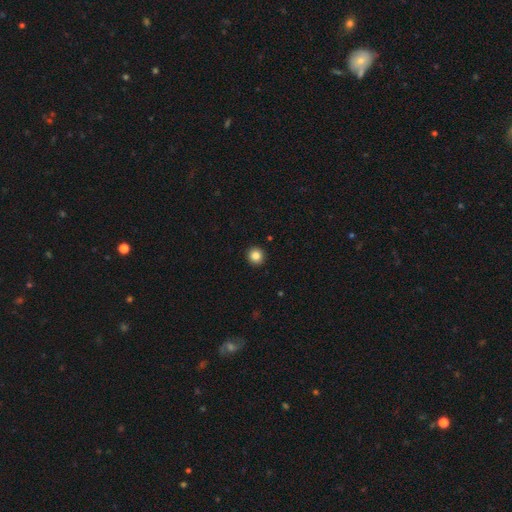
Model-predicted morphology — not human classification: Smooth or featured: smooth — 84% (star or artifact — 10%)
How rounded: round — 95% (in between — 4%)
Merging: none — 94% (minor disturbance — 4%)